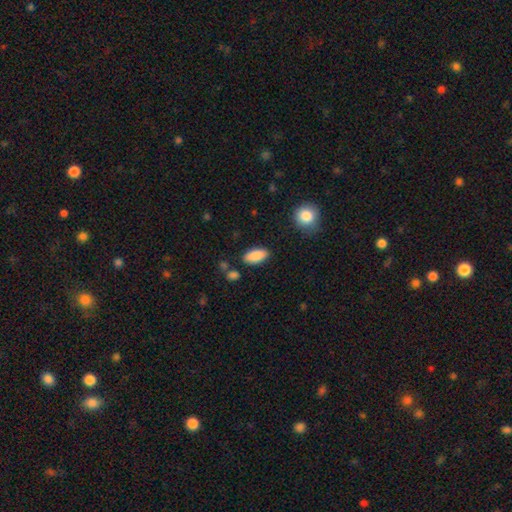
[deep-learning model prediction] Smooth or featured: smooth — 88% (star or artifact — 7%)
How rounded: in between — 89% (cigar-shaped — 9%)
Merging: none — 85% (minor disturbance — 10%)